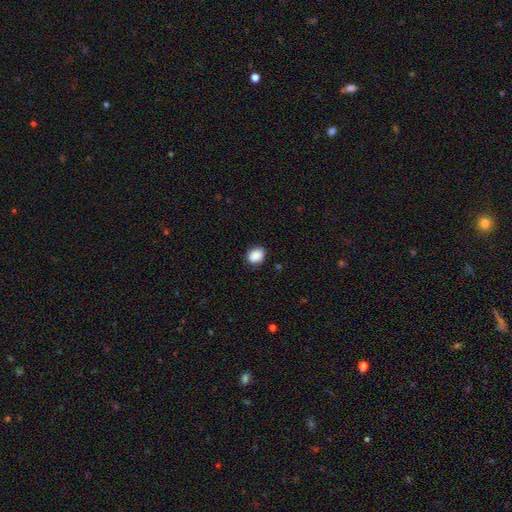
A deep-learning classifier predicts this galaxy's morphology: Overall: smooth (89%). How rounded: round (53%; in between 46%). Merging: none (85%).